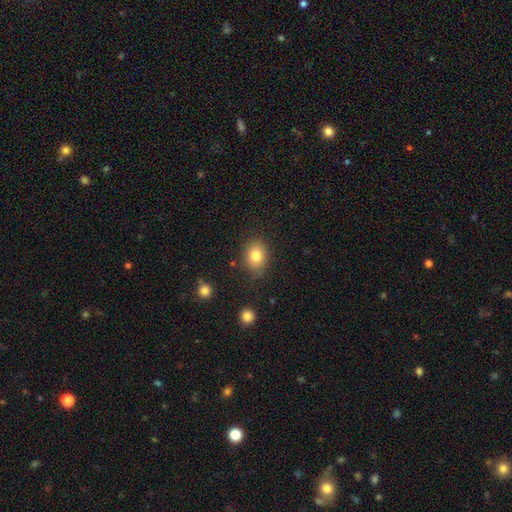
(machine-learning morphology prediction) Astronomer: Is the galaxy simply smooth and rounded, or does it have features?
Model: smooth — 81%.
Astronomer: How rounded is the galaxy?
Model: in between — 52% (runner-up: round, 47%).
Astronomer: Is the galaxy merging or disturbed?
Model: none — 79%.